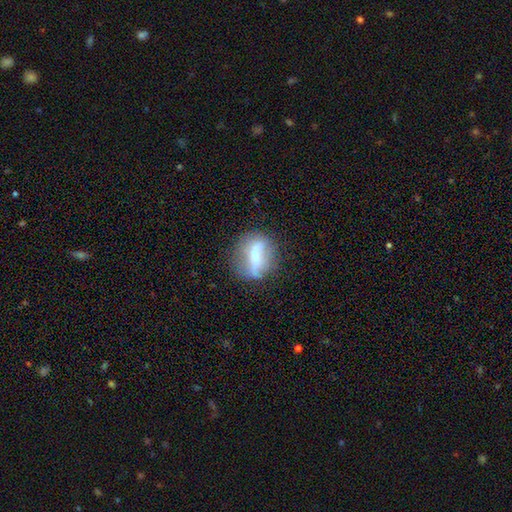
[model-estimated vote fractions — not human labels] Smooth or featured? Predicted: featured or disk (p=0.50). Merging? Predicted: none (p=0.59).